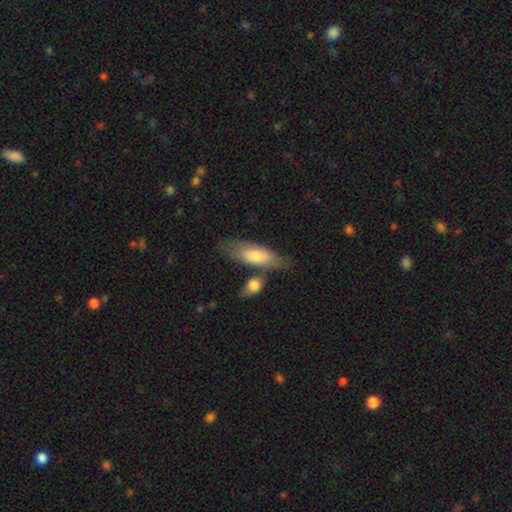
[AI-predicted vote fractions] Overall: smooth (63%; featured or disk 31%). How rounded: in between (56%; cigar-shaped 41%). Merging: none (64%).